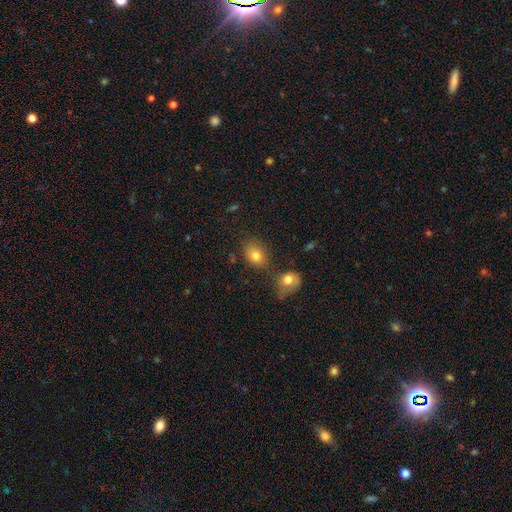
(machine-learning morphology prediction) Smooth or featured? smooth (79%)
How rounded? in between (68%)
Merging? none (61%)